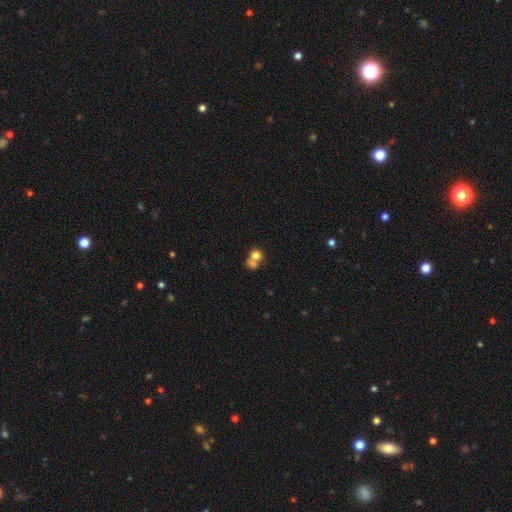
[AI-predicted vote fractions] The model was most divided on "merging": merger: 58%, none: 30%, minor disturbance: 7%, major disturbance: 5%. More confident: how rounded — round (74%); smooth or featured — smooth (73%).